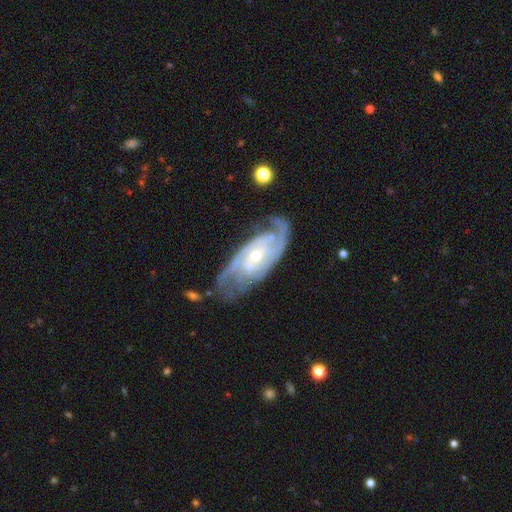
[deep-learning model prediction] A featured or disk galaxy (91%) with no bar (53%), 2 (54%) tight (52%) spiral arms (97%) and a small central bulge (49%).

Vote fractions:
- Smooth or featured? featured or disk: 91% / smooth: 5% / star or artifact: 4%
- Edge-on disk? no: 94% / yes: 6%
- Bar? no: 53% / weak: 35% / strong: 12%
- Spiral arms? yes: 97% / no: 3%
- Spiral winding? tight: 52% / medium: 38% / loose: 9%
- Spiral arm count? 2: 54% / 3: 18% / can't tell: 15% / 4: 5% / 1: 4% / more than 4: 3%
- Bulge size? small: 49% / moderate: 47% / large: 2% / none: 1% / dominant: 1%
- Merging? none: 69% / minor disturbance: 20% / major disturbance: 9% / merger: 2%